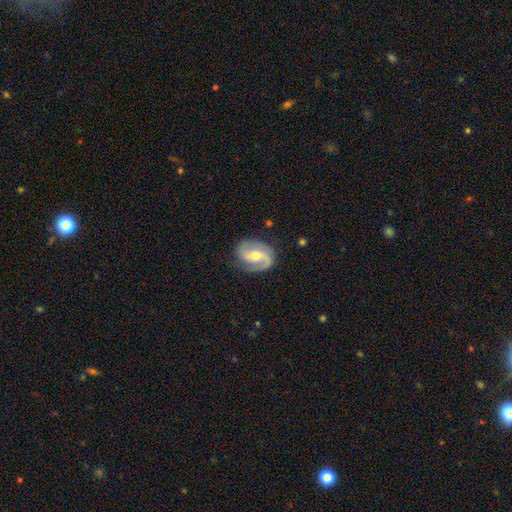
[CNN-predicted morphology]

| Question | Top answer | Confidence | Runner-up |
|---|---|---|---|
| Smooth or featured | featured or disk | 85% | smooth (10%) |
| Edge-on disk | no | 97% | yes (3%) |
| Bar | weak | 42% | no (39%) |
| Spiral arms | yes | 96% | no (4%) |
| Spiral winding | medium | 48% | loose (29%) |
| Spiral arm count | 2 | 87% | 1 (5%) |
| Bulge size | moderate | 54% | small (42%) |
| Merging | none | 78% | minor disturbance (15%) |